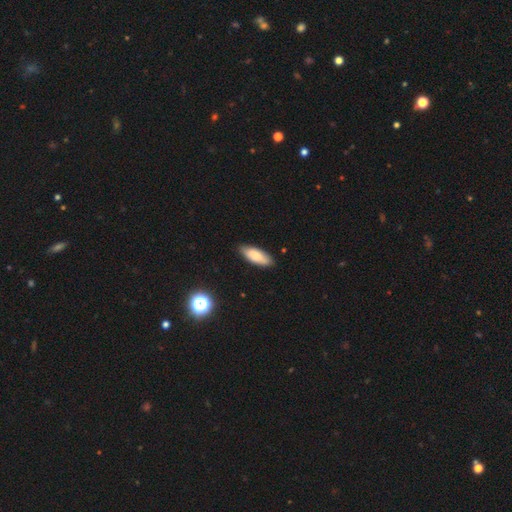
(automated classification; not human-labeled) Q: Smooth or featured?
A: smooth (79%); runner-up: featured or disk (14%)
Q: How rounded?
A: in between (74%); runner-up: cigar-shaped (24%)
Q: Merging?
A: none (84%); runner-up: minor disturbance (13%)